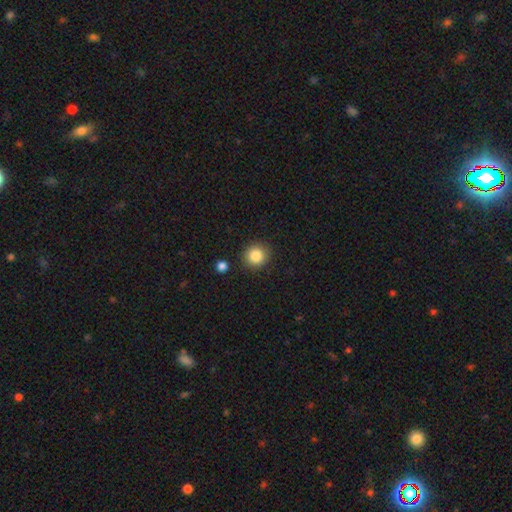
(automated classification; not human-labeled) Overall: smooth (85%). How rounded: round (90%). Merging: none (88%).